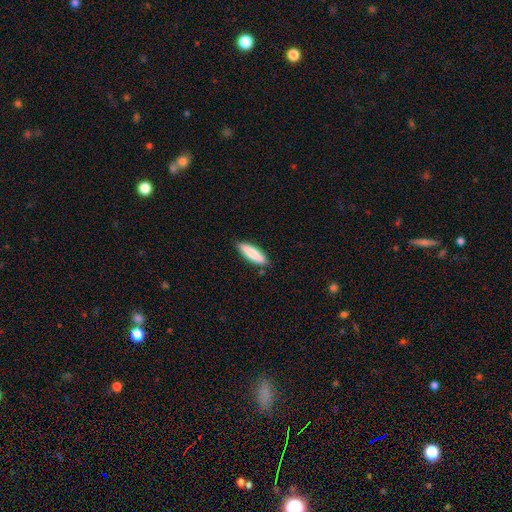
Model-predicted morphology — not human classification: Smooth or featured? Predicted: smooth (p=0.81). How rounded? Predicted: cigar-shaped (p=0.62). Merging? Predicted: none (p=0.85).